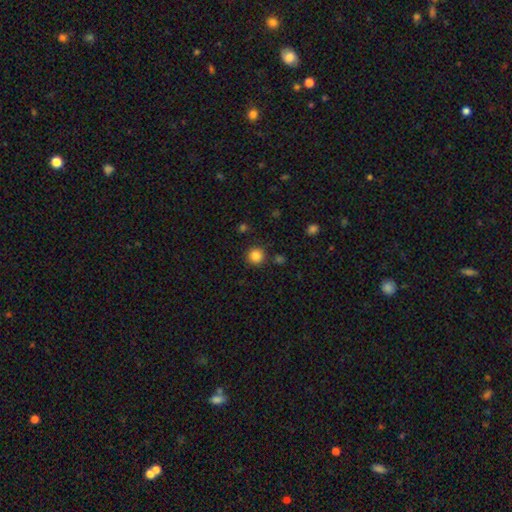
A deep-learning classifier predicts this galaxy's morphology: smooth_or_featured: smooth (p=0.84) [alt: star or artifact p=0.12]
how_rounded: round (p=0.95) [alt: in between p=0.04]
merging: none (p=0.89) [alt: minor disturbance p=0.06]